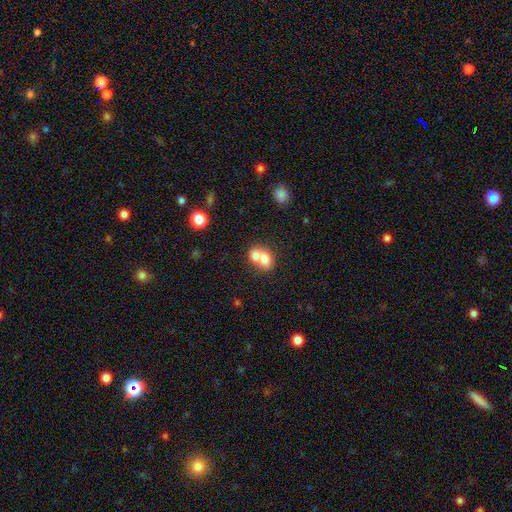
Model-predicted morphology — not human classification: smooth 71%, featured or disk 20%, star or artifact 9%. Down the decision tree: how rounded — in between (51%); merging — merger (70%).